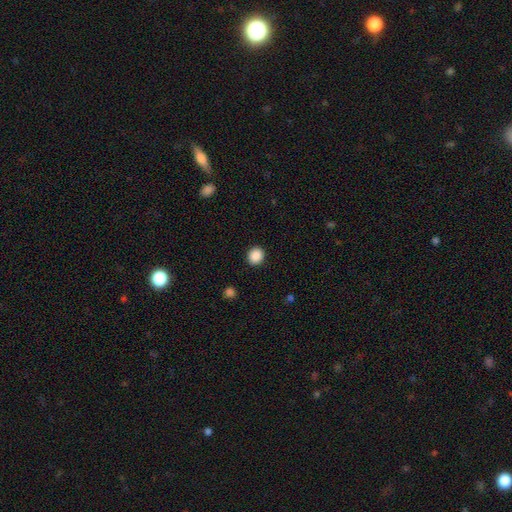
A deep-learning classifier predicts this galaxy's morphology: Q: Smooth or featured?
A: smooth (89%); runner-up: star or artifact (9%)
Q: How rounded?
A: round (83%); runner-up: in between (16%)
Q: Merging?
A: none (91%); runner-up: minor disturbance (6%)